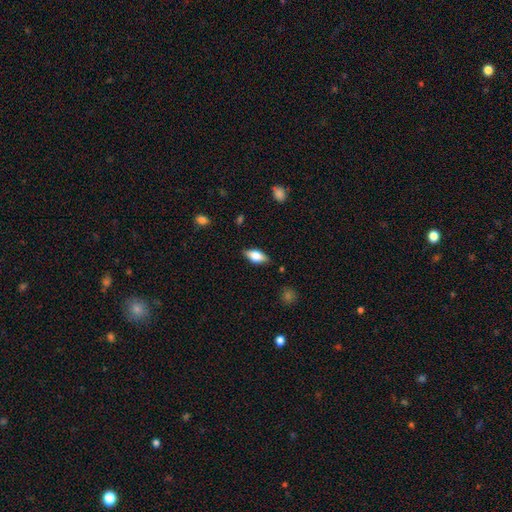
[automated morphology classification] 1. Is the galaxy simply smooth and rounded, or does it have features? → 64% smooth, 28% featured or disk, 7% star or artifact.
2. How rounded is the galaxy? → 81% in between, 15% cigar-shaped, 3% round.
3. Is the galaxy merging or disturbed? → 84% none, 12% minor disturbance, 3% major disturbance, 1% merger.